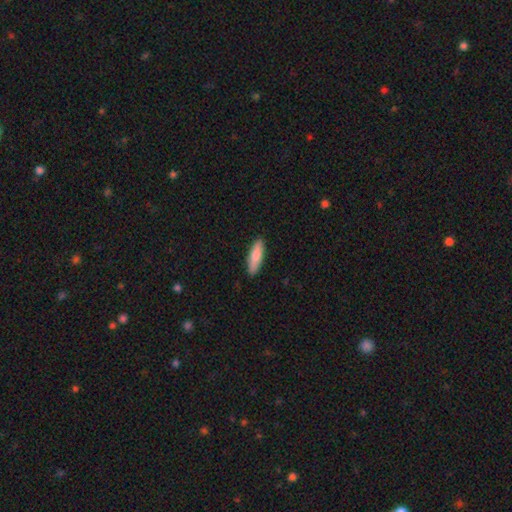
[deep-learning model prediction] smooth 84%, featured or disk 11%, star or artifact 5%. Down the decision tree: how rounded — cigar-shaped (58%); merging — none (89%).